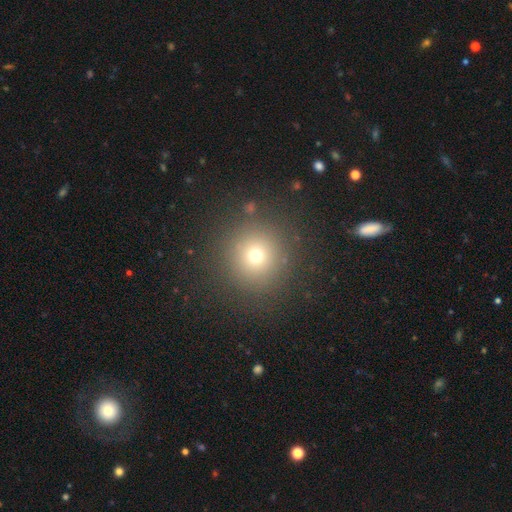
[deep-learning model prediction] Smooth or featured? Predicted: smooth (p=0.70). How rounded? Predicted: round (p=0.95). Merging? Predicted: none (p=0.87).